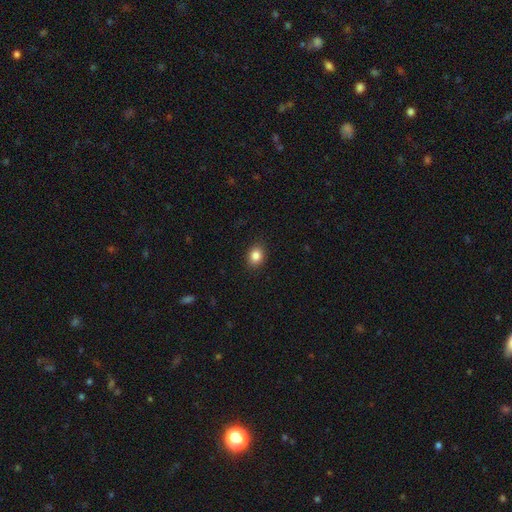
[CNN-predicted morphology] A smooth galaxy with no disk features (85%) that is in between round and cigar-shaped (52%). Merging: none (89%).